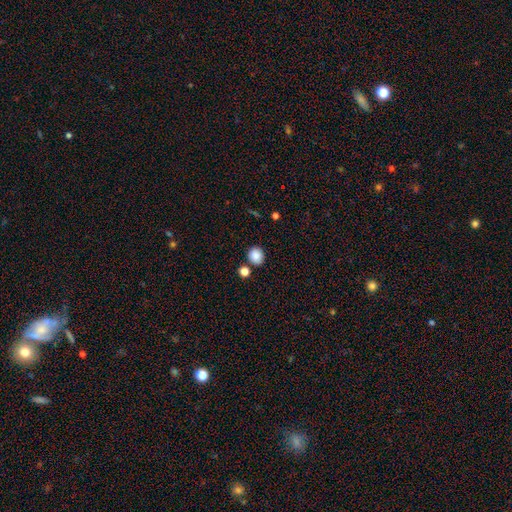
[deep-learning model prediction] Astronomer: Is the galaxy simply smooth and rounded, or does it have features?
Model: smooth — 86%.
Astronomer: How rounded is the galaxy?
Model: round — 80%.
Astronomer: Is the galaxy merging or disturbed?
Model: none — 81%.